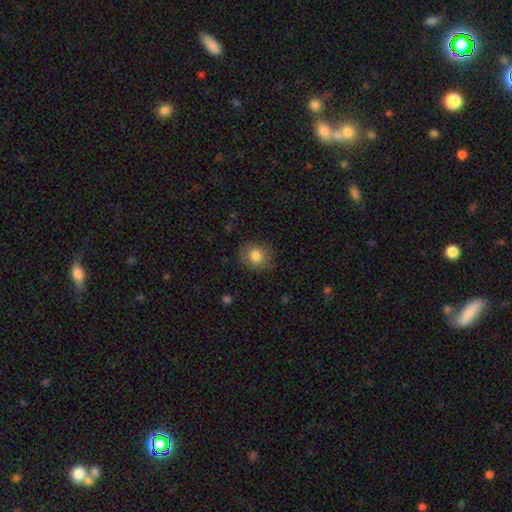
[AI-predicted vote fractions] The model was most divided on "how rounded": round: 74%, in between: 25%, cigar-shaped: 1%. More confident: smooth or featured — smooth (80%); merging — none (79%).